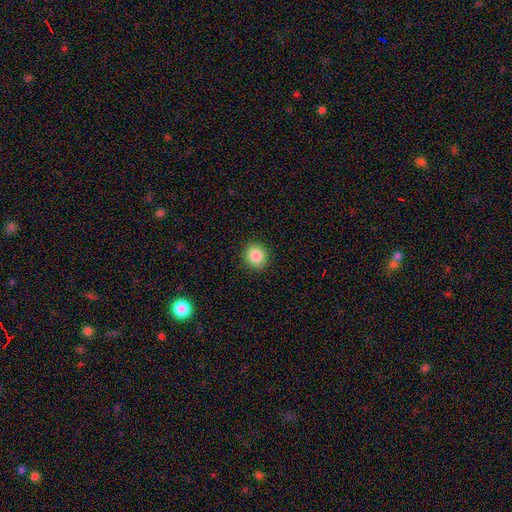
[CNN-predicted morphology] Overall: smooth (87%). How rounded: round (84%). Merging: none (91%).